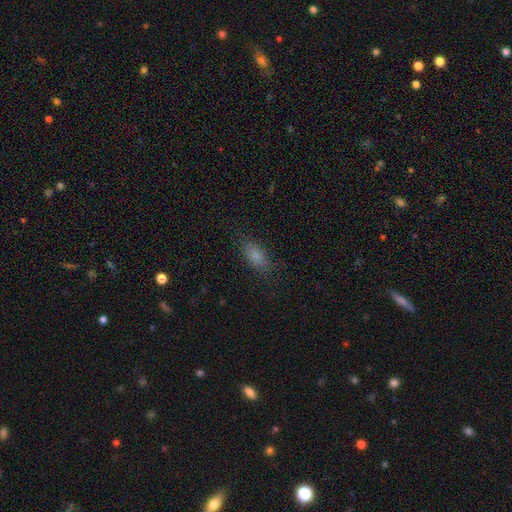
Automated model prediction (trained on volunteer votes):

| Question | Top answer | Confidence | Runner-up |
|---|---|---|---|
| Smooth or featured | smooth | 81% | star or artifact (10%) |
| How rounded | in between | 78% | cigar-shaped (18%) |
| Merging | none | 81% | minor disturbance (14%) |